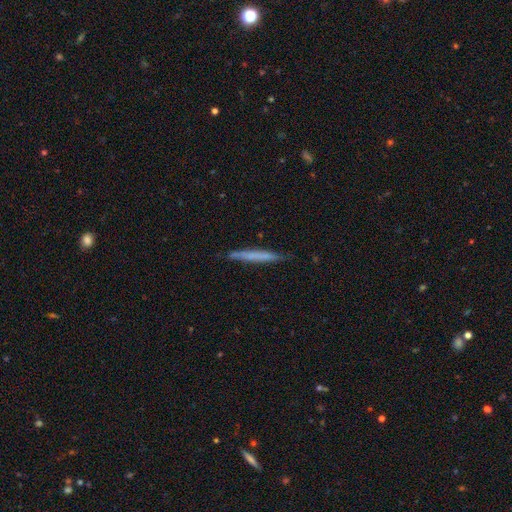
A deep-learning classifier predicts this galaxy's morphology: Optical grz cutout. It shows a smooth galaxy with no disk features (58%) that is cigar-shaped (97%). Merging: none (86%).